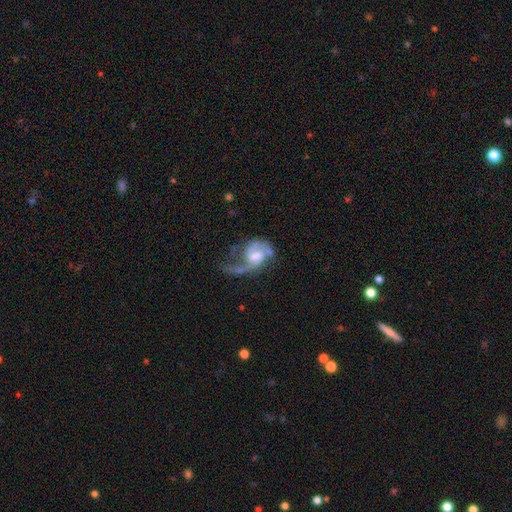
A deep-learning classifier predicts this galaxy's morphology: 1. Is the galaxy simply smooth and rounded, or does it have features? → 86% featured or disk, 8% smooth, 5% star or artifact.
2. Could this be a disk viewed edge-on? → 98% no, 2% yes.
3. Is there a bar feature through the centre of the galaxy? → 51% weak, 37% no, 12% strong.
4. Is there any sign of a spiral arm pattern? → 95% yes, 5% no.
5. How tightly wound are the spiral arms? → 44% medium (tied), 44% loose (tied), 12% tight.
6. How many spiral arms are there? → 73% 2, 15% 1, 5% can't tell, 4% 3, 2% 4, 2% more than 4.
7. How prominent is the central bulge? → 46% moderate, 30% small, 12% none, 11% large, 2% dominant.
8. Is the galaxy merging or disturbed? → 38% major disturbance, 36% none, 20% minor disturbance, 5% merger.